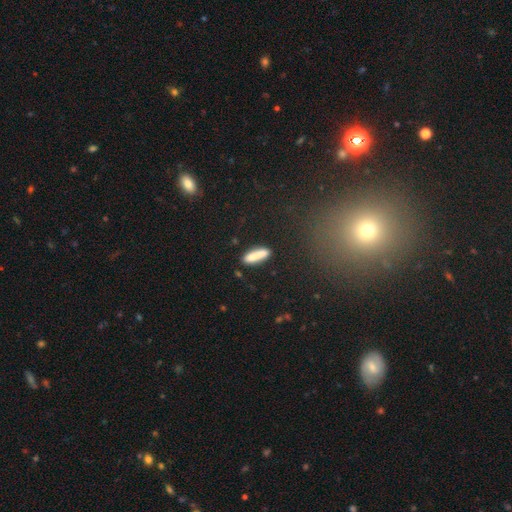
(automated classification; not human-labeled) The model was most divided on "how rounded": cigar-shaped: 62%, in between: 36%, round: 2%. More confident: smooth or featured — smooth (80%); merging — none (72%).